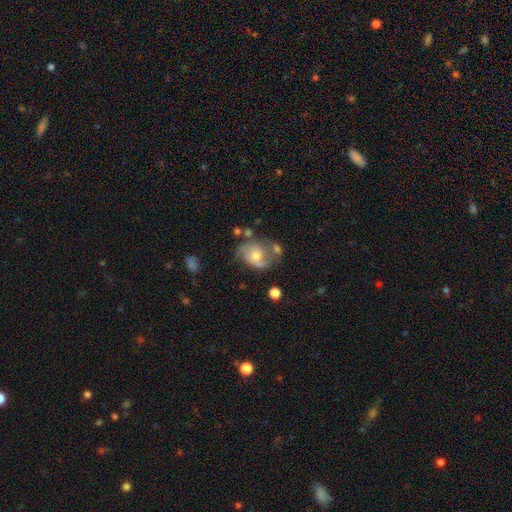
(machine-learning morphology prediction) Q: Smooth or featured?
A: featured or disk (72%); runner-up: smooth (20%)
Q: Edge-on disk?
A: no (97%); runner-up: yes (3%)
Q: Bar?
A: no (68%); runner-up: weak (27%)
Q: Spiral arms?
A: yes (90%); runner-up: no (10%)
Q: Spiral winding?
A: medium (50%); runner-up: loose (29%)
Q: Spiral arm count?
A: 2 (80%); runner-up: can't tell (8%)
Q: Bulge size?
A: moderate (63%); runner-up: small (23%)
Q: Merging?
A: none (50%); runner-up: minor disturbance (23%)